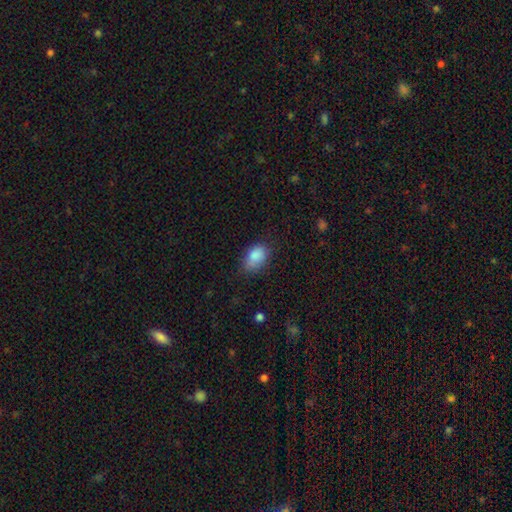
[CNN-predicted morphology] smooth-or-featured: smooth: 86% | star or artifact: 8% | featured or disk: 6%
  how-rounded: in between: 86% | round: 12% | cigar-shaped: 2%
  merging: none: 64% | minor disturbance: 27% | major disturbance: 7% | merger: 2%